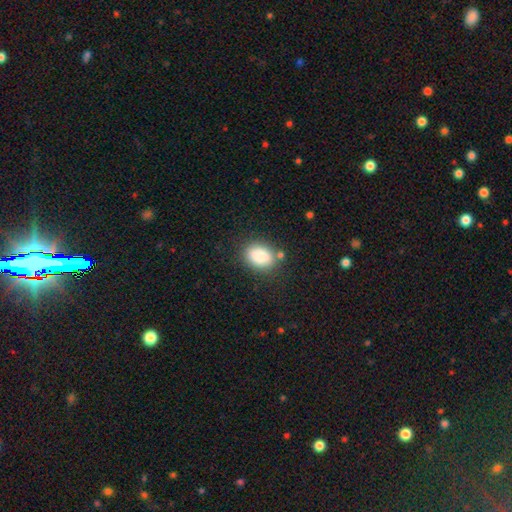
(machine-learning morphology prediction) Overall: smooth (87%). How rounded: in between (77%). Merging: none (75%).